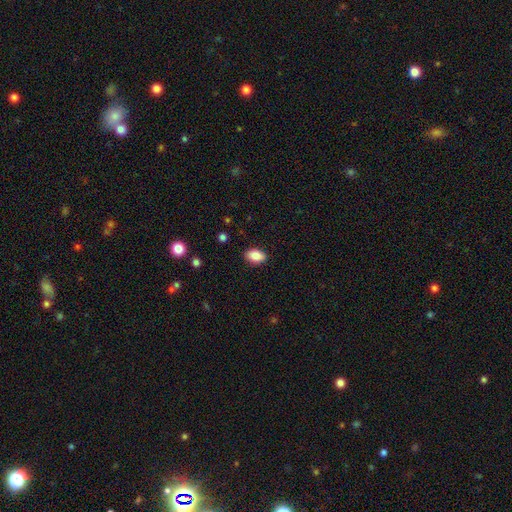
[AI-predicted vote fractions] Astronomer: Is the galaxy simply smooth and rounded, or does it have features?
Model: smooth — 86%.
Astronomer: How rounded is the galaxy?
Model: in between — 90%.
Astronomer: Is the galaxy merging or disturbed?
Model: none — 88%.